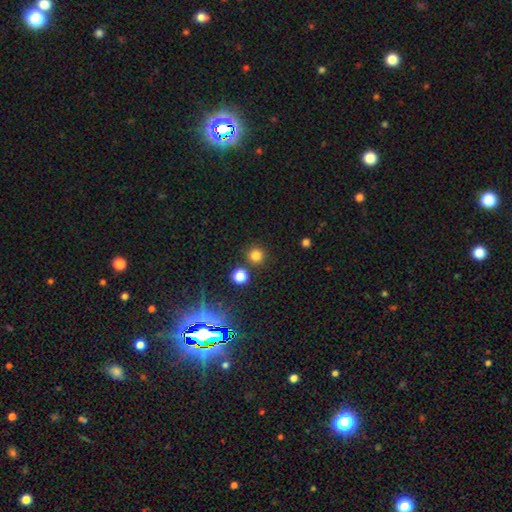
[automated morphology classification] Smooth or featured? Predicted: smooth (p=0.79). How rounded? Predicted: round (p=0.93). Merging? Predicted: none (p=0.82).